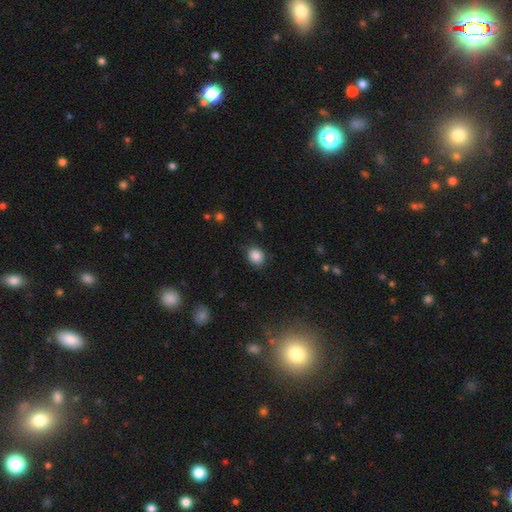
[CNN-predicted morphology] type=smooth (86%); roundness=round (61%); merging=none (83%).